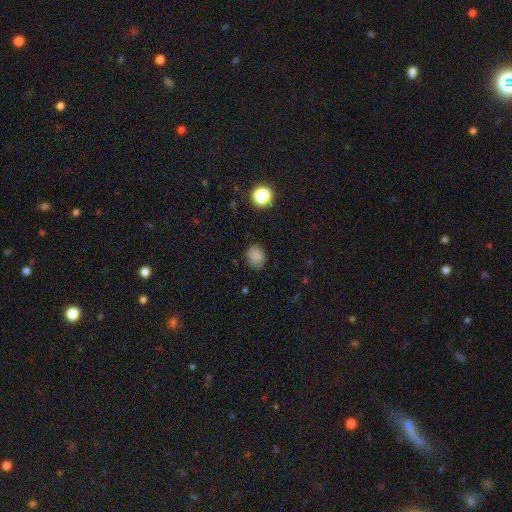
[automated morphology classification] Q: Smooth or featured?
A: smooth (83%); runner-up: star or artifact (12%)
Q: How rounded?
A: in between (53%); runner-up: round (46%)
Q: Merging?
A: none (79%); runner-up: minor disturbance (16%)